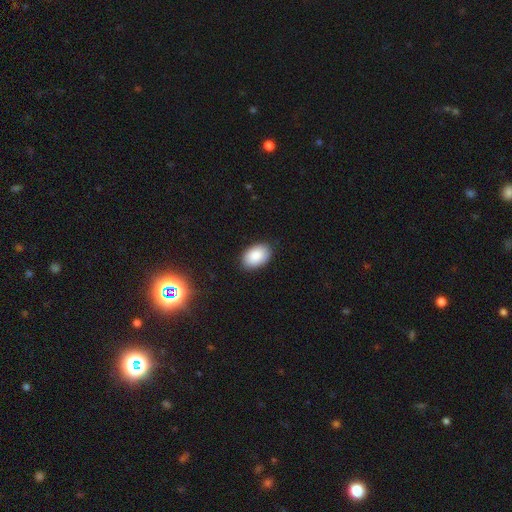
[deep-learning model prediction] Smooth or featured?
  - smooth: 89% *
  - star or artifact: 7%
  - featured or disk: 5%
How rounded?
  - in between: 91% *
  - round: 8%
  - cigar-shaped: 1%
Merging?
  - none: 87% *
  - minor disturbance: 10%
  - major disturbance: 2%
  - merger: 1%